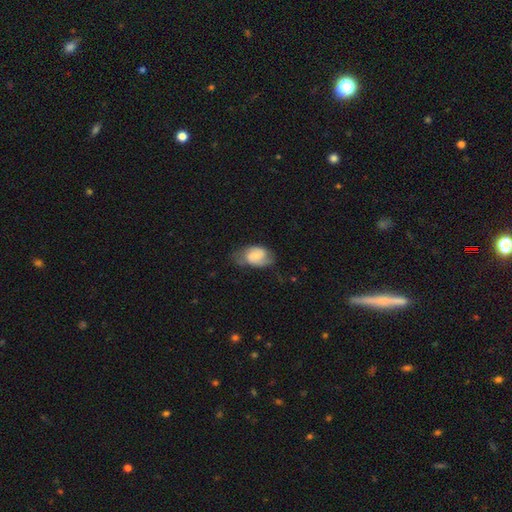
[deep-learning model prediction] Q: Smooth or featured?
A: featured or disk (50%); runner-up: smooth (43%)
Q: Edge-on disk?
A: no (96%); runner-up: yes (4%)
Q: Merging?
A: none (53%); runner-up: minor disturbance (31%)